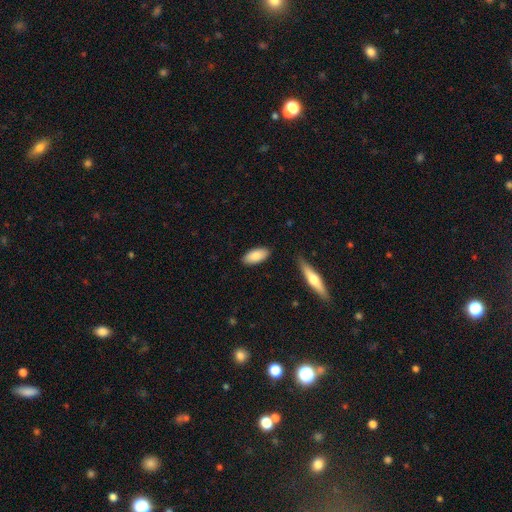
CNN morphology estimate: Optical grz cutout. It shows a smooth galaxy with no disk features (85%) that is in between round and cigar-shaped (87%). Merging: none (86%).